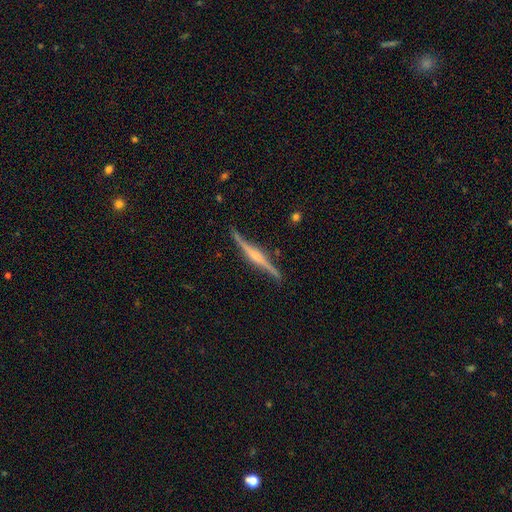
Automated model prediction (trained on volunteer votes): Smooth or featured? featured or disk (82%)
Edge-on disk? yes (96%)
Edge-on bulge? rounded (70%)
Merging? none (83%)